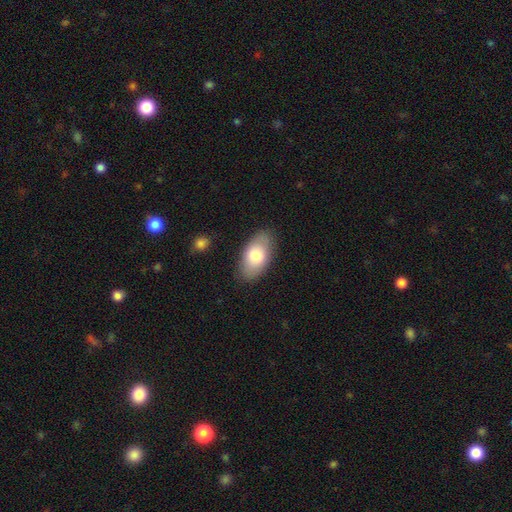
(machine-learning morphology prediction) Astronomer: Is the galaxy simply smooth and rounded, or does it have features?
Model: smooth — 76%.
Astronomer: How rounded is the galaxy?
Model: in between — 93%.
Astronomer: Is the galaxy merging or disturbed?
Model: none — 84%.